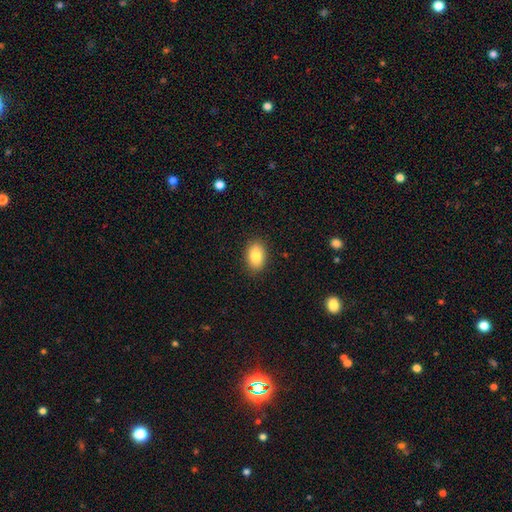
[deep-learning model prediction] A smooth galaxy with no disk features (86%) that is in between round and cigar-shaped (87%). Merging: none (89%).